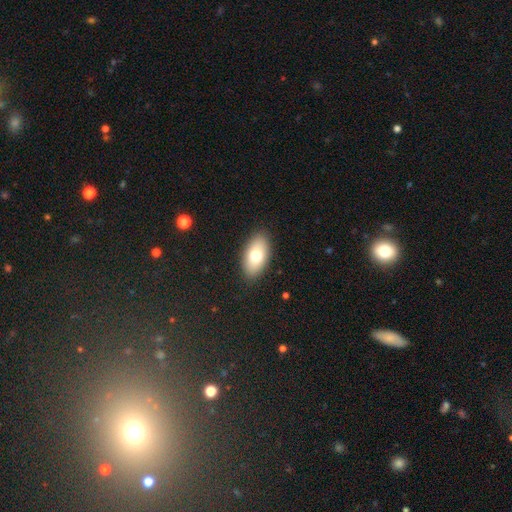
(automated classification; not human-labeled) Smooth or featured? Predicted: smooth (p=0.75). How rounded? Predicted: in between (p=0.93). Merging? Predicted: none (p=0.88).